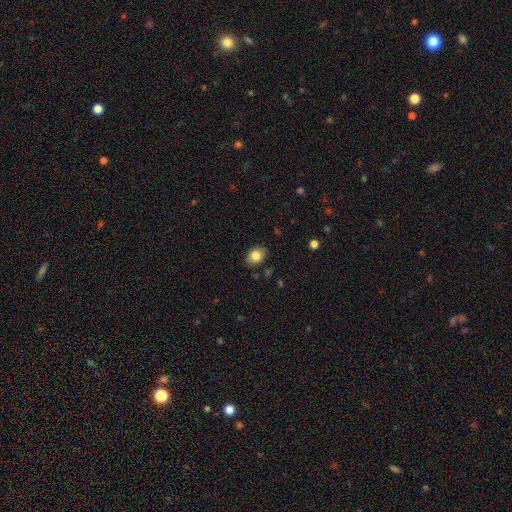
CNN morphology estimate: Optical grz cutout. It shows a smooth galaxy with no disk features (83%) that is in between round and cigar-shaped (56%). Merging: none (84%).